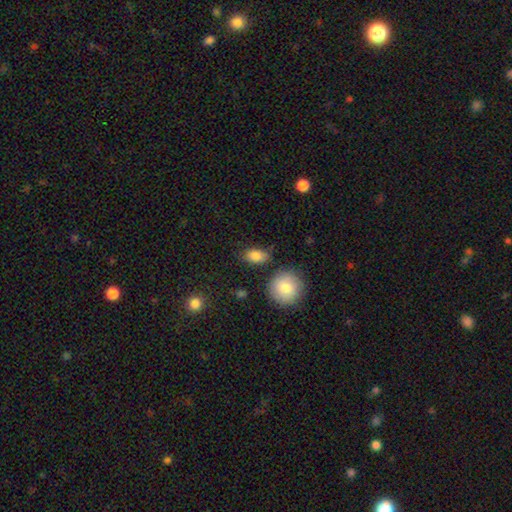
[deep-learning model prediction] Smooth or featured? Predicted: smooth (p=0.85). How rounded? Predicted: in between (p=0.82). Merging? Predicted: none (p=0.75).